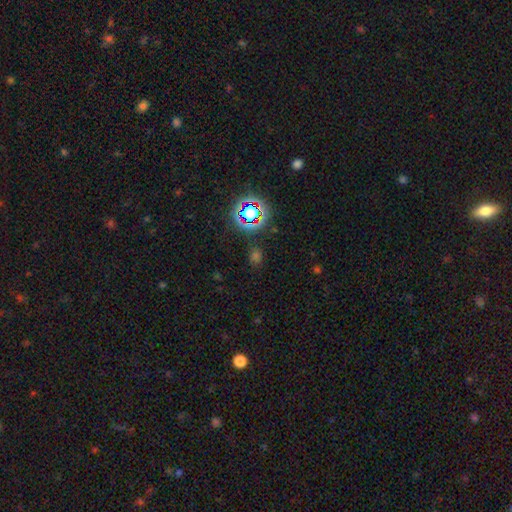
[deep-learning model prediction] A star or artifact, not a galaxy (53%).